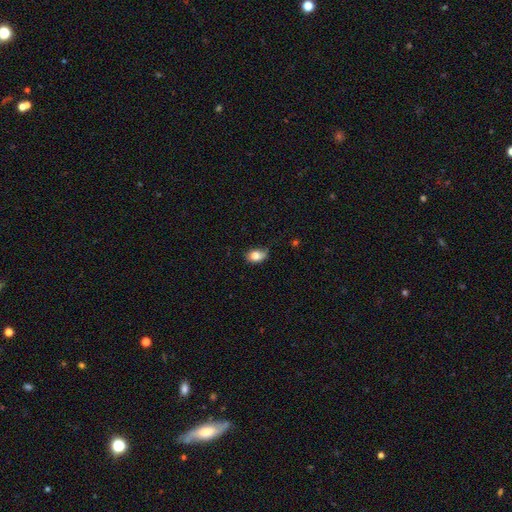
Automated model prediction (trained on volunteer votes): A smooth galaxy with no disk features (82%) that is in between round and cigar-shaped (78%). Merging: none (47%).